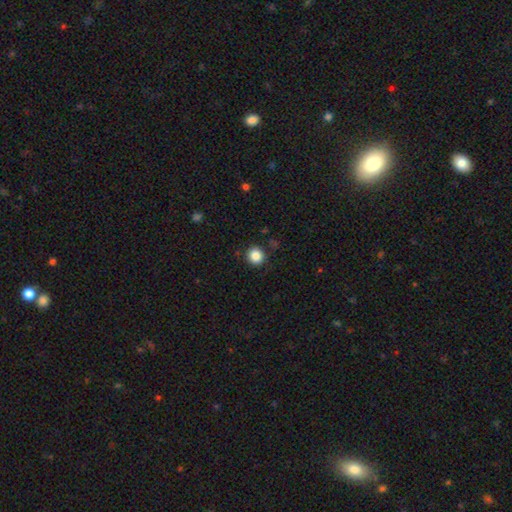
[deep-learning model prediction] smooth_or_featured: smooth (p=0.86) [alt: star or artifact p=0.10]
how_rounded: round (p=0.92) [alt: in between p=0.07]
merging: none (p=0.89) [alt: minor disturbance p=0.07]